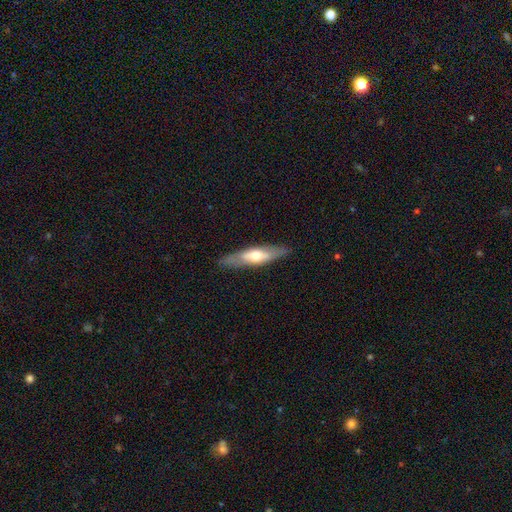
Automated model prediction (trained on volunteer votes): Smooth or featured: featured or disk — 51% (smooth — 44%)
Edge-on disk: yes — 68% (no — 32%)
Merging: none — 85% (minor disturbance — 11%)